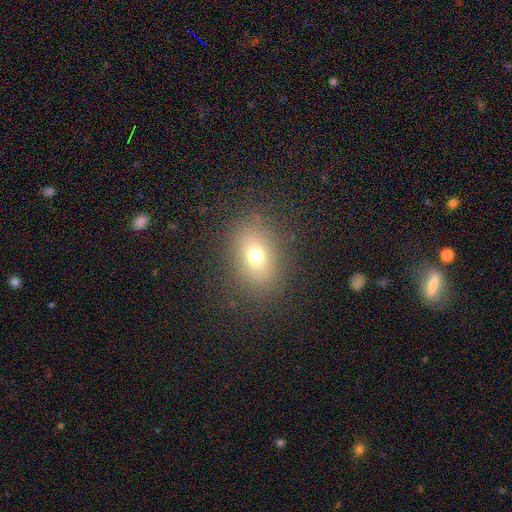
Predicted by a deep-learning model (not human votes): A smooth galaxy with no disk features (68%) that is in between round and cigar-shaped (64%).

Vote fractions:
- Smooth or featured? smooth: 68% / star or artifact: 18% / featured or disk: 14%
- How rounded? in between: 64% / round: 35% / cigar-shaped: 2%
- Merging? none: 83% / minor disturbance: 10% / major disturbance: 6% / merger: 1%